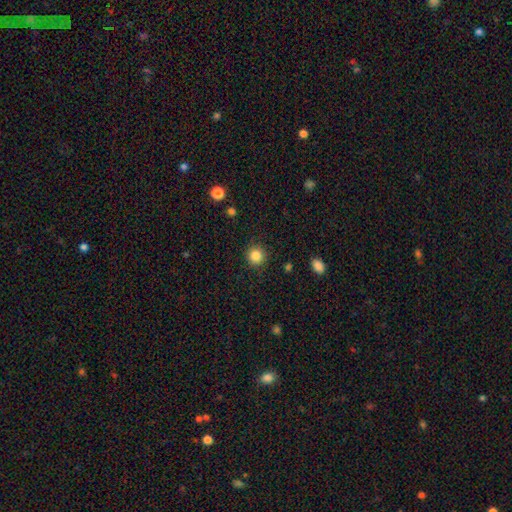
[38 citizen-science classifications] Overall: smooth (92%). How rounded: round (94%). Merging: none (92%).